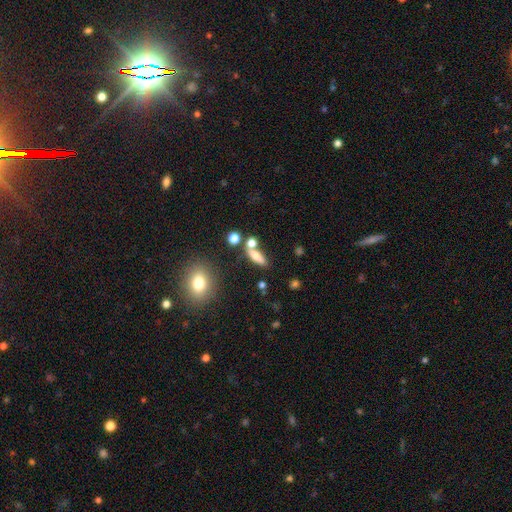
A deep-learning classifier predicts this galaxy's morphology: Smooth or featured? smooth (67%)
How rounded? in between (45%, tied with cigar-shaped)
Merging? none (56%)